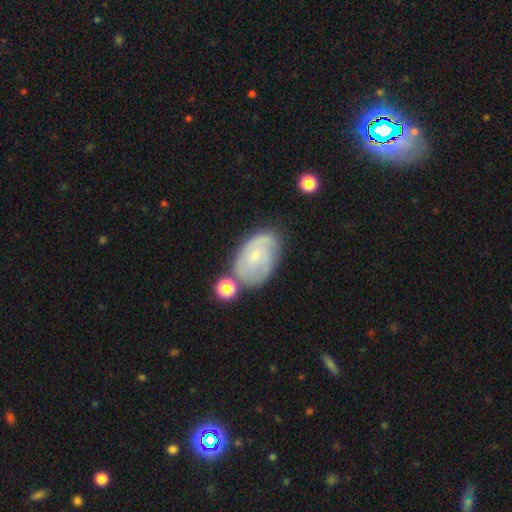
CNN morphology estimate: A featured or disk galaxy (61%) with no bar (71%), spiral arms (84%) and a small central bulge (74%).

Vote fractions:
- Smooth or featured? featured or disk: 61% / smooth: 32% / star or artifact: 7%
- Edge-on disk? no: 96% / yes: 4%
- Bar? no: 71% / weak: 25% / strong: 3%
- Spiral arms? yes: 84% / no: 16%
- Bulge size? small: 74% / moderate: 17% / none: 7% / large: 1% / dominant: 1%
- Merging? none: 59% / minor disturbance: 23% / merger: 10% / major disturbance: 8%